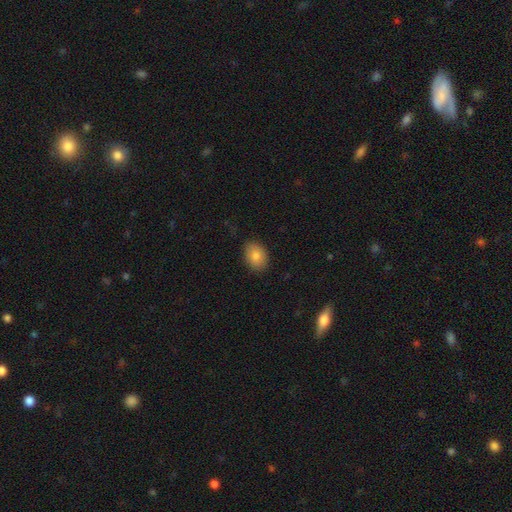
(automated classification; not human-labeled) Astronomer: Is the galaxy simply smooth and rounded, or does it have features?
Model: smooth — 82%.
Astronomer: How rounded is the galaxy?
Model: in between — 63%.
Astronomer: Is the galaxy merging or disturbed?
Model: none — 86%.